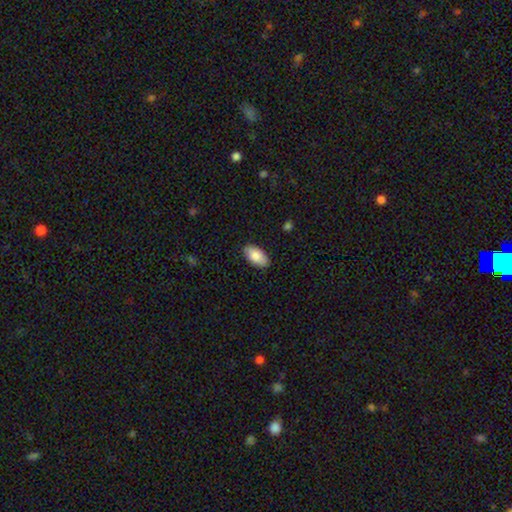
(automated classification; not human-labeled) Smooth or featured: smooth — 84% (featured or disk — 10%)
How rounded: in between — 95% (round — 3%)
Merging: none — 86% (minor disturbance — 11%)